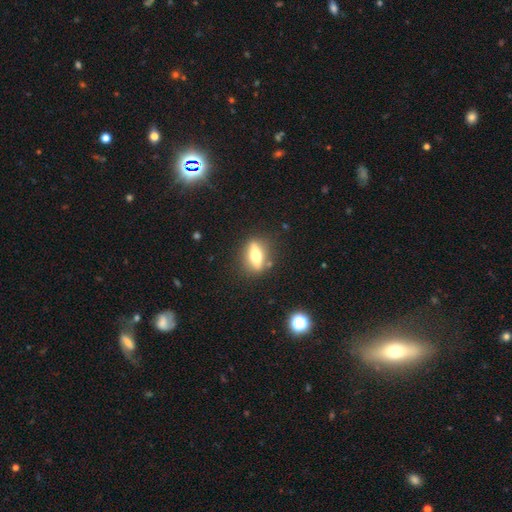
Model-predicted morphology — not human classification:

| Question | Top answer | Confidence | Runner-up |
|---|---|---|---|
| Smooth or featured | featured or disk | 49% | smooth (43%) |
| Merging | none | 84% | minor disturbance (10%) |